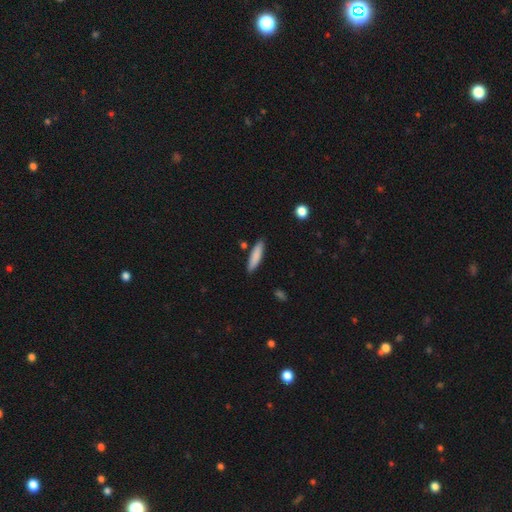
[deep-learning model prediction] This appears to be a smooth galaxy with no disk features (83%) that is cigar-shaped (79%). Merging: none (86%).